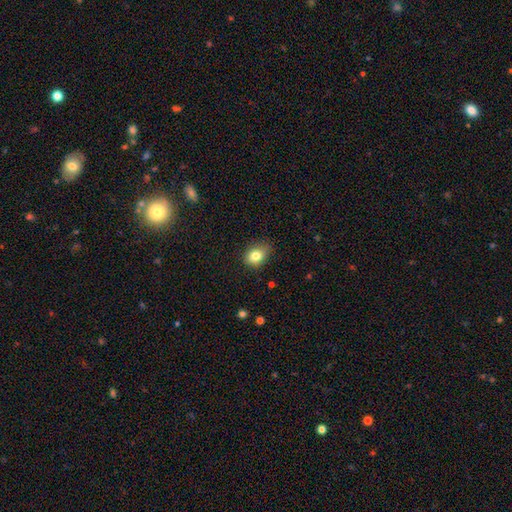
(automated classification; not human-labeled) This appears to be a smooth galaxy with no disk features (82%) that is in between round and cigar-shaped (63%). Merging: none (76%).